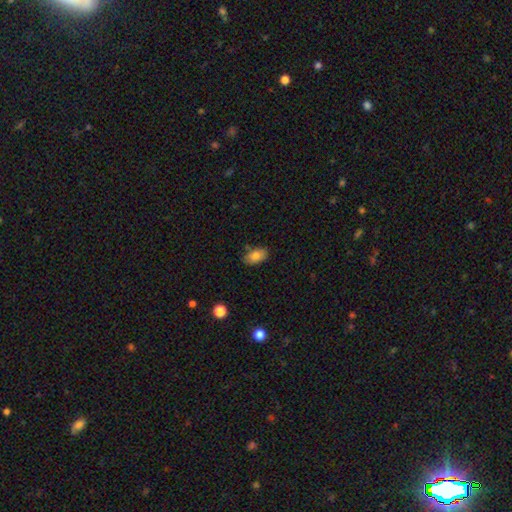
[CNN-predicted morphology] type=smooth (83%); roundness=in between (92%); merging=none (79%).